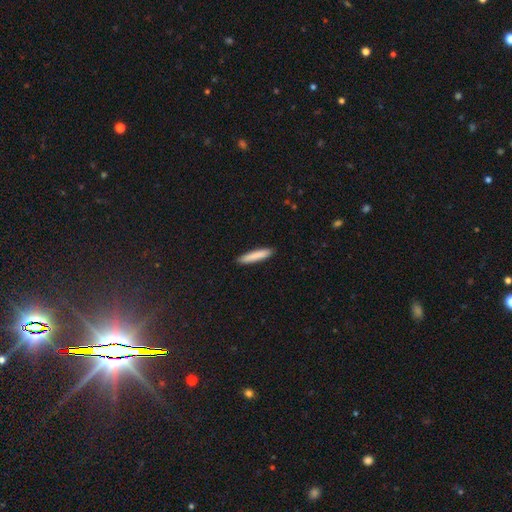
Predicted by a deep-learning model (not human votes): Q: Smooth or featured?
A: smooth (85%); runner-up: featured or disk (9%)
Q: How rounded?
A: cigar-shaped (91%); runner-up: in between (8%)
Q: Merging?
A: none (91%); runner-up: minor disturbance (7%)